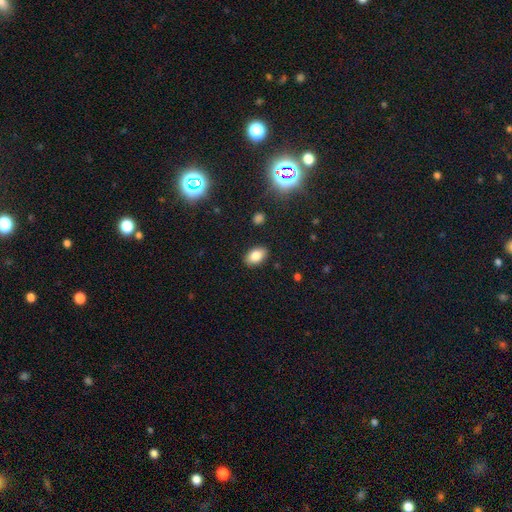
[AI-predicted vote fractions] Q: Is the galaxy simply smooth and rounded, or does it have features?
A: smooth — 82%.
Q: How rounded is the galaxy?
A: in between — 90%.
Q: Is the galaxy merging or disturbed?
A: none — 88%.